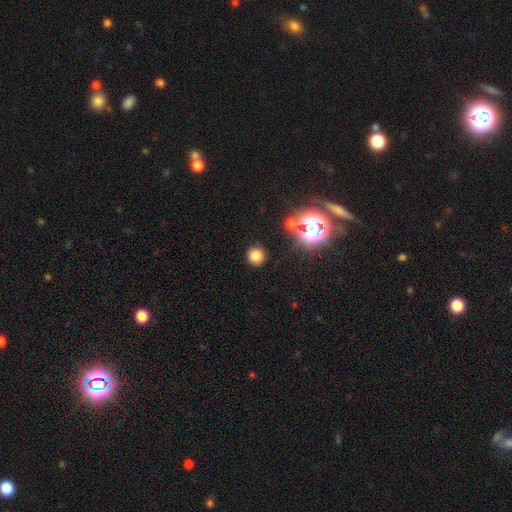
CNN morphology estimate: Q: Smooth or featured?
A: smooth (74%); runner-up: star or artifact (20%)
Q: How rounded?
A: round (93%); runner-up: in between (6%)
Q: Merging?
A: none (88%); runner-up: minor disturbance (7%)